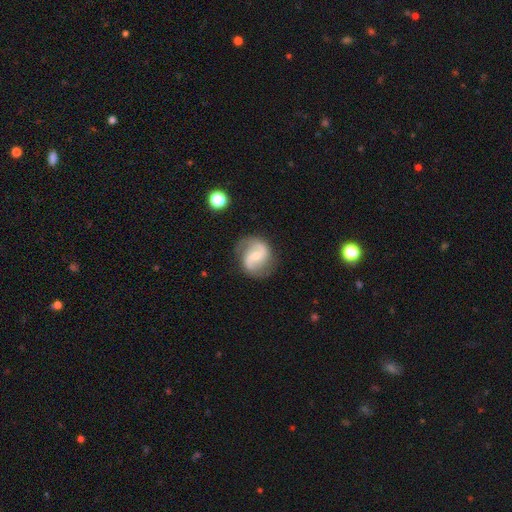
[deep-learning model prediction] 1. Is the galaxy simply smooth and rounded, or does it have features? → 82% featured or disk, 12% smooth, 6% star or artifact.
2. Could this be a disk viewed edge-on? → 98% no, 2% yes.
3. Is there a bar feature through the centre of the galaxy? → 49% weak, 29% no, 23% strong.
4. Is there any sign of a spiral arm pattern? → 95% yes, 5% no.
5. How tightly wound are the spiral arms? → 45% medium, 41% loose, 14% tight.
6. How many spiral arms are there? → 91% 2, 4% can't tell, 3% 1, 1% 3, 1% 4, 1% more than 4.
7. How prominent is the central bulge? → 52% small, 39% moderate, 5% none, 2% large, 1% dominant.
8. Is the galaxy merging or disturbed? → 77% none, 16% minor disturbance, 6% major disturbance, 2% merger.